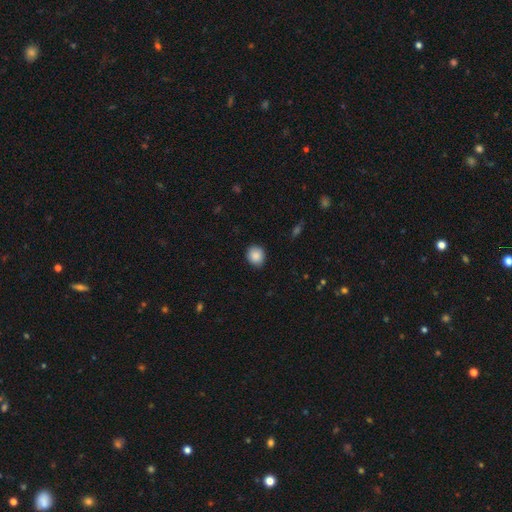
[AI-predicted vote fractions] Smooth or featured? Predicted: smooth (p=0.88). How rounded? Predicted: round (p=0.78). Merging? Predicted: none (p=0.88).